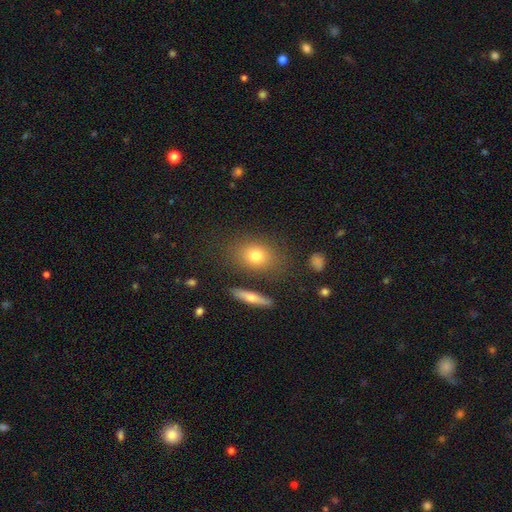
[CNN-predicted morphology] Smooth or featured? Predicted: smooth (p=0.73). How rounded? Predicted: in between (p=0.61). Merging? Predicted: none (p=0.79).